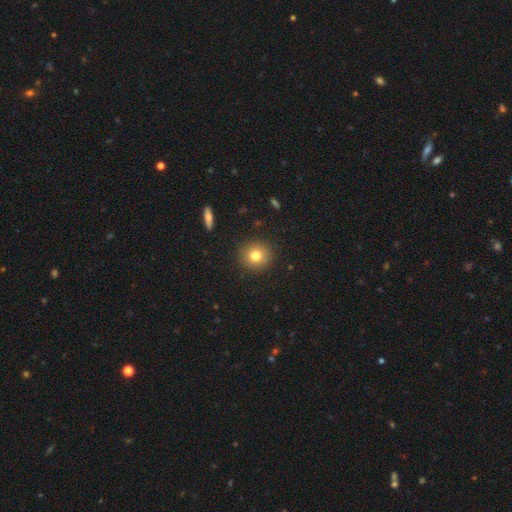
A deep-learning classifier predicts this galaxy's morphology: Q: Smooth or featured?
A: smooth (78%); runner-up: star or artifact (12%)
Q: How rounded?
A: round (92%); runner-up: in between (7%)
Q: Merging?
A: none (91%); runner-up: minor disturbance (6%)